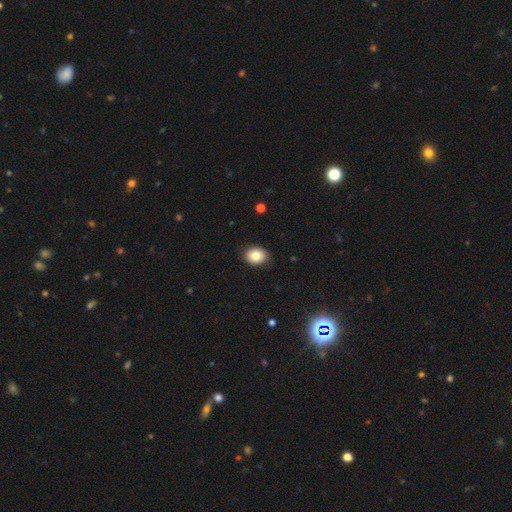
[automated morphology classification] This appears to be a smooth galaxy with no disk features (84%) that is in between round and cigar-shaped (52%). Merging: none (87%).